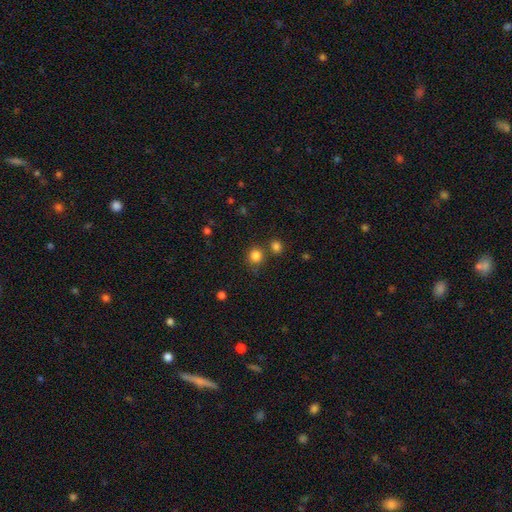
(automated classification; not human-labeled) The model was most divided on "merging": none: 74%, merger: 13%, minor disturbance: 9%, major disturbance: 3%. More confident: how rounded — round (89%); smooth or featured — smooth (83%).